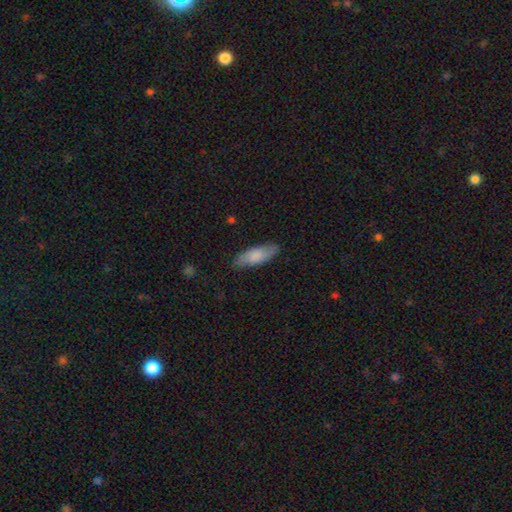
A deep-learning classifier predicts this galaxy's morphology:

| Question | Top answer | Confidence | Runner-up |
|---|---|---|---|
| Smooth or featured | smooth | 77% | featured or disk (17%) |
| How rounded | in between | 60% | cigar-shaped (38%) |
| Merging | none | 83% | minor disturbance (13%) |